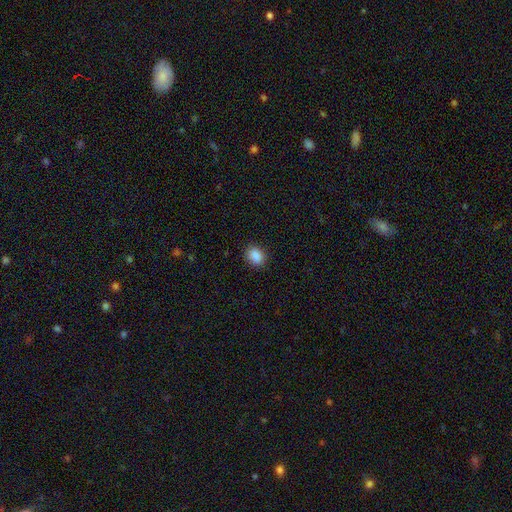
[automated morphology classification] Smooth or featured: smooth — 88% (star or artifact — 9%)
How rounded: in between — 60% (round — 39%)
Merging: none — 87% (minor disturbance — 9%)